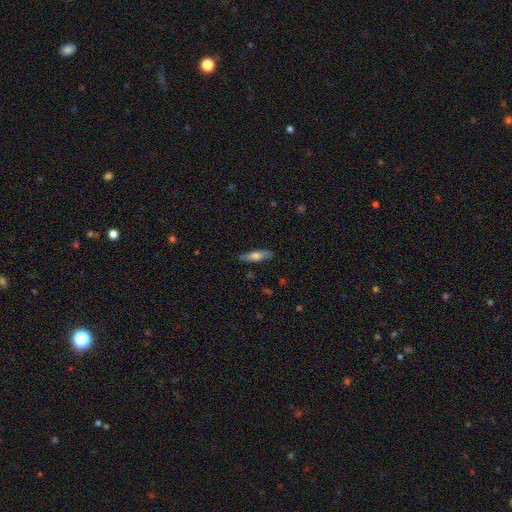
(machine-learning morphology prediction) Smooth or featured? smooth (61%)
How rounded? cigar-shaped (65%)
Merging? none (82%)